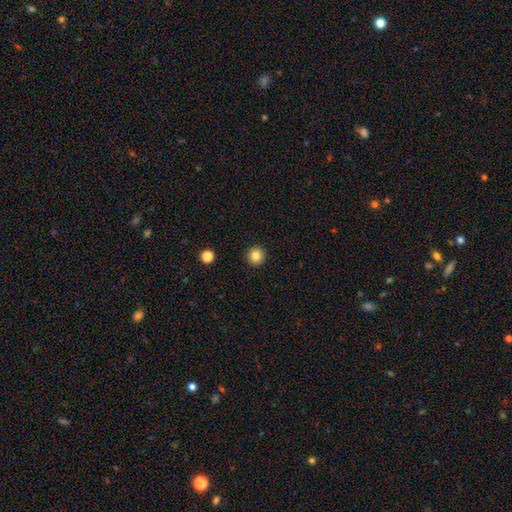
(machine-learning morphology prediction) This is clearly a smooth galaxy (83%). How rounded: clearly round (96%). Merging: clearly none (93%).